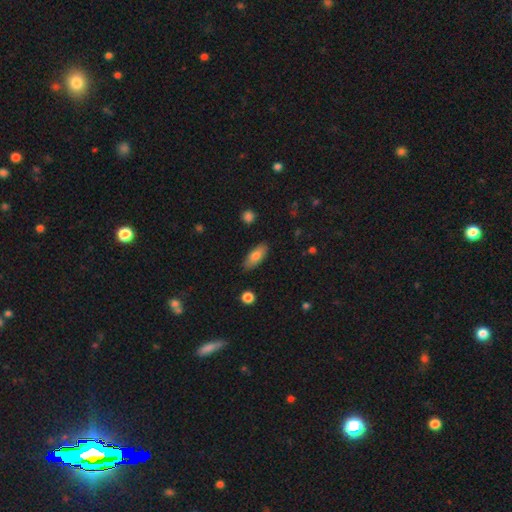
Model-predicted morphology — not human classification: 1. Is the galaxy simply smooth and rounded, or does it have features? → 79% smooth, 15% featured or disk, 6% star or artifact.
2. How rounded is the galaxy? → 77% in between, 20% cigar-shaped, 3% round.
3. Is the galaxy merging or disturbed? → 85% none, 11% minor disturbance, 2% major disturbance, 1% merger.